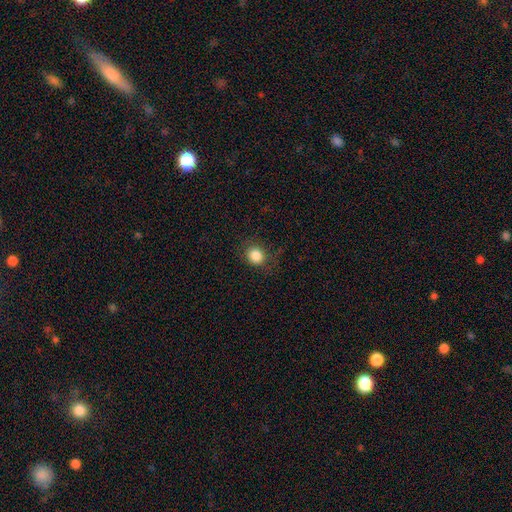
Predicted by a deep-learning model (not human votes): smooth_or_featured: smooth (p=0.84) [alt: star or artifact p=0.10]
how_rounded: round (p=0.81) [alt: in between p=0.18]
merging: none (p=0.81) [alt: minor disturbance p=0.13]